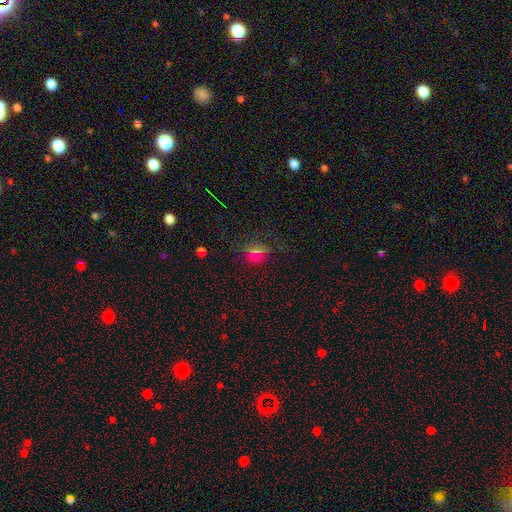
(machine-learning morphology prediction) A smooth galaxy with no disk features (60%) that is round (77%). Merging: none (80%).